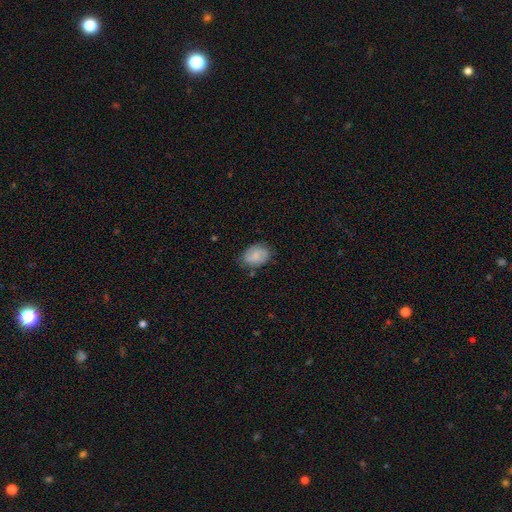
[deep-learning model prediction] This is likely a smooth galaxy (68%). How rounded: likely in between (76%). Merging: likely none (70%).